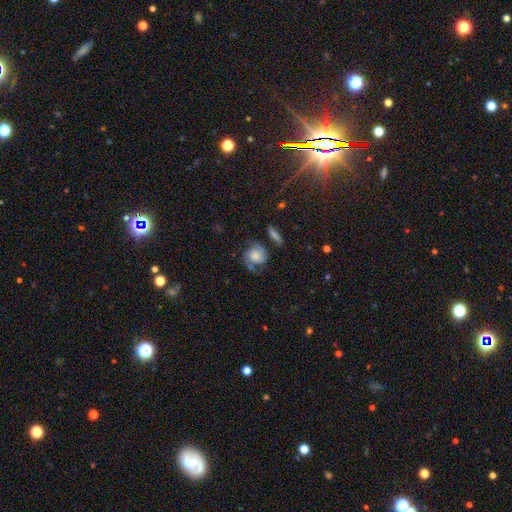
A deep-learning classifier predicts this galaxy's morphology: Smooth or featured? featured or disk (62%)
Edge-on disk? no (97%)
Bar? no (75%)
Spiral arms? yes (91%)
Spiral winding? medium (44%)
Spiral arm count? 2 (79%)
Bulge size? moderate (36%)
Merging? none (57%)